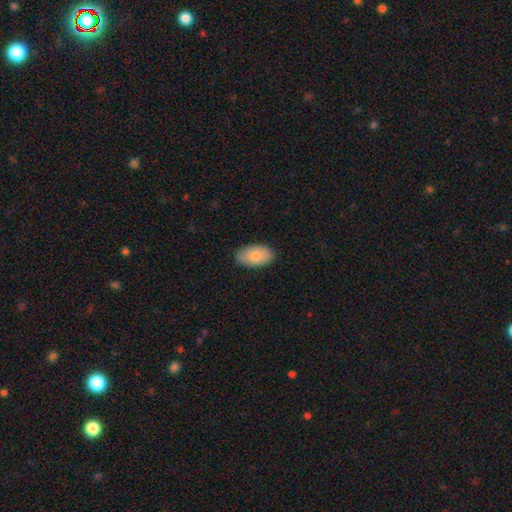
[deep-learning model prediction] This is clearly a smooth galaxy (83%). How rounded: clearly in between (95%). Merging: clearly none (85%).